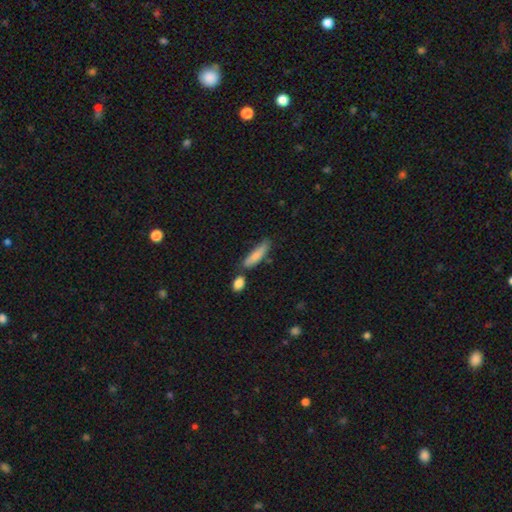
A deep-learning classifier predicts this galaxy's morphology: smooth 80%, featured or disk 13%, star or artifact 6%. Down the decision tree: how rounded — cigar-shaped (65%); merging — none (61%).